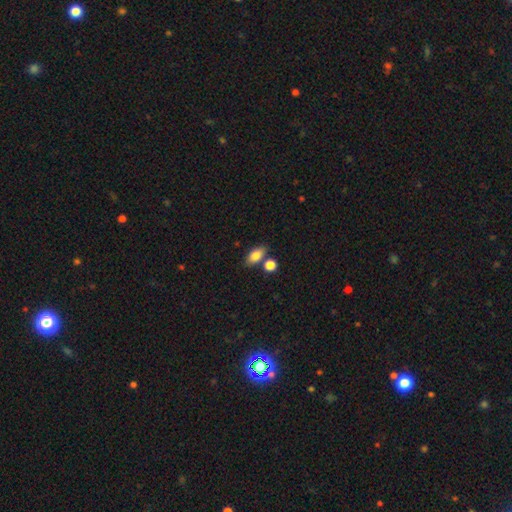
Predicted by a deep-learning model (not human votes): Overall: smooth (82%). How rounded: in between (85%). Merging: none (69%).